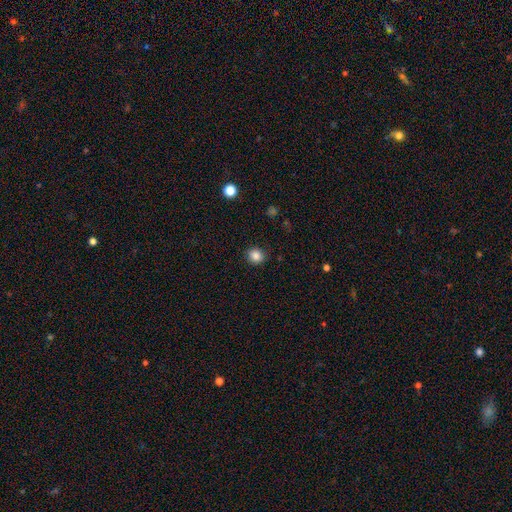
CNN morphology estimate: Overall: smooth (85%). How rounded: round (86%). Merging: none (89%).